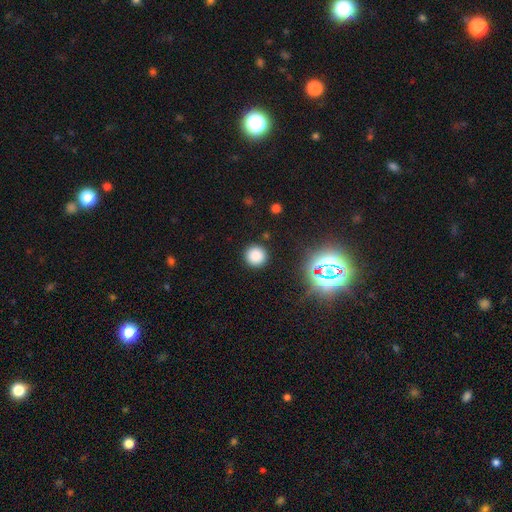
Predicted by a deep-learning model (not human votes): Smooth or featured?
  - smooth: 80% *
  - star or artifact: 16%
  - featured or disk: 4%
How rounded?
  - round: 95% *
  - in between: 4%
  - cigar-shaped: 1%
Merging?
  - none: 90% *
  - minor disturbance: 6%
  - major disturbance: 2%
  - merger: 1%